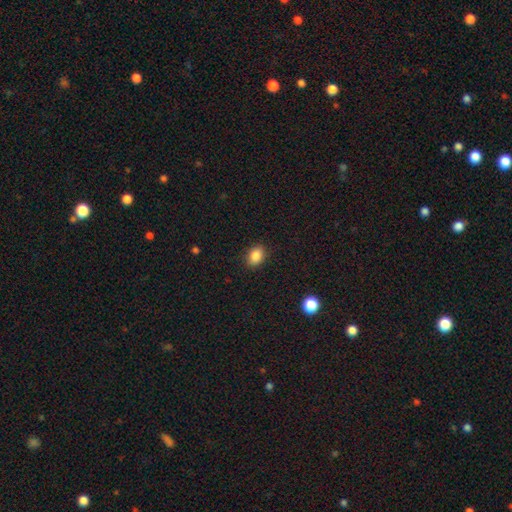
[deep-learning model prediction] smooth_or_featured: smooth (p=0.86) [alt: star or artifact p=0.09]
how_rounded: in between (p=0.70) [alt: round p=0.29]
merging: none (p=0.89) [alt: minor disturbance p=0.08]